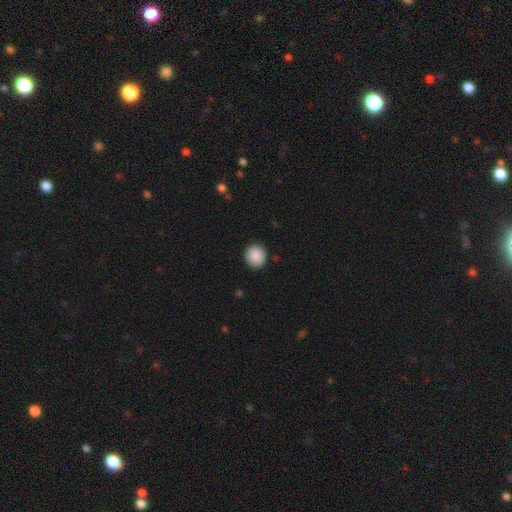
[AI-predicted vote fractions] This is clearly a smooth galaxy (90%). How rounded: clearly round (89%). Merging: clearly none (91%).